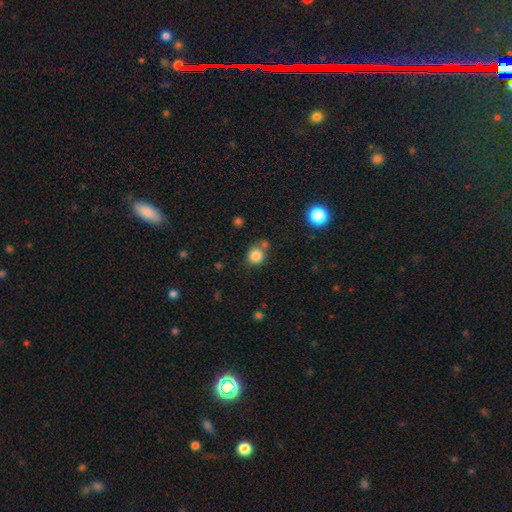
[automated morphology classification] Overall: smooth (84%). How rounded: round (80%). Merging: none (64%).